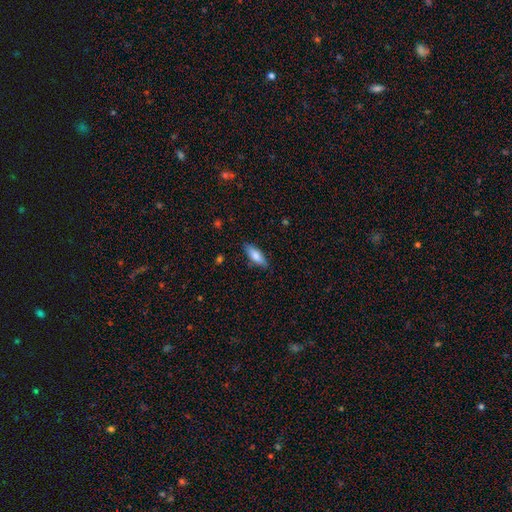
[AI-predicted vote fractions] This is likely a smooth galaxy (75%). How rounded: possibly in between (58%). Merging: clearly none (83%).